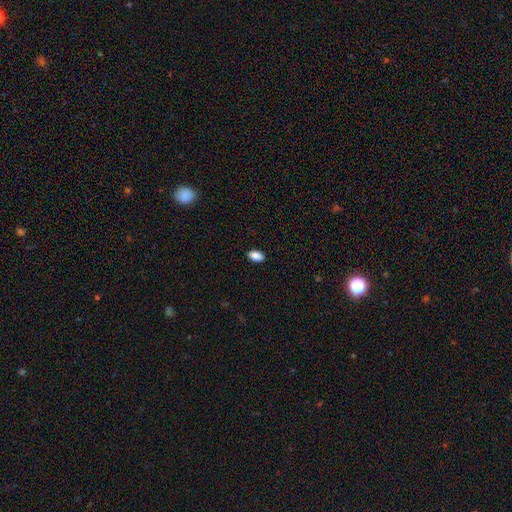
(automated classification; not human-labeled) This appears to be a smooth galaxy with no disk features (89%) that is in between round and cigar-shaped (92%). Merging: none (89%).